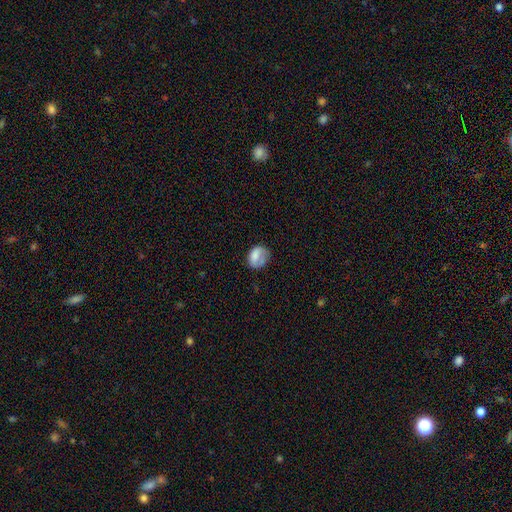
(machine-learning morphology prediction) Q: Smooth or featured?
A: smooth (71%); runner-up: featured or disk (20%)
Q: How rounded?
A: in between (56%); runner-up: round (42%)
Q: Merging?
A: none (46%); runner-up: minor disturbance (29%)